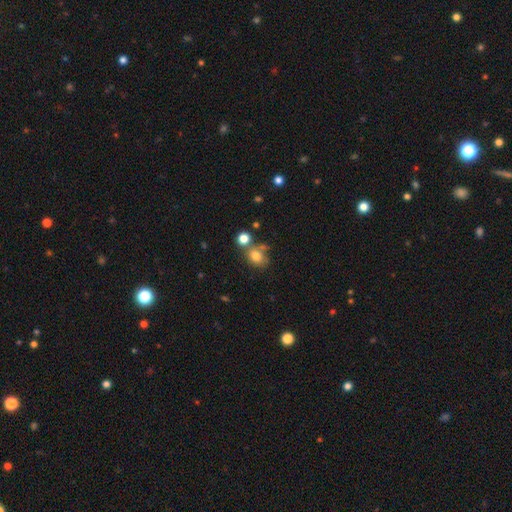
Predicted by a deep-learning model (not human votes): The model was most divided on "how rounded": round: 53%, in between: 46%, cigar-shaped: 1%. More confident: smooth or featured — smooth (77%); merging — none (53%).